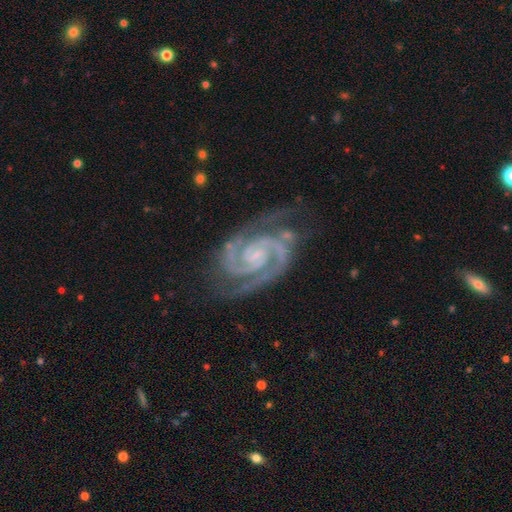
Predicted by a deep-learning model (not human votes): smooth-or-featured: featured or disk: 94% | star or artifact: 4% | smooth: 2%
  disk-edge-on: no: 98% | yes: 2%
    bar: no: 52% | weak: 34% | strong: 14%
    has-spiral-arms: yes: 99% | no: 1%
      spiral-winding: tight: 63% | medium: 33% | loose: 3%
      spiral-arm-count: 2: 91% | 3: 4% | can't tell: 2% | 4: 1% | 1: 1% | more than 4: 1%
    bulge-size: small: 70% | none: 15% | moderate: 12% | large: 1% | dominant: 1%
  merging: none: 72% | minor disturbance: 20% | major disturbance: 7% | merger: 2%